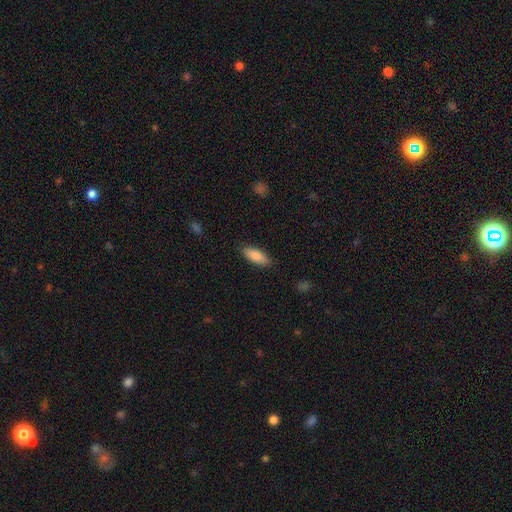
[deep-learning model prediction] smooth-or-featured: smooth: 87% | featured or disk: 7% | star or artifact: 6%
  how-rounded: in between: 74% | cigar-shaped: 24% | round: 2%
  merging: none: 86% | minor disturbance: 10% | major disturbance: 2% | merger: 1%